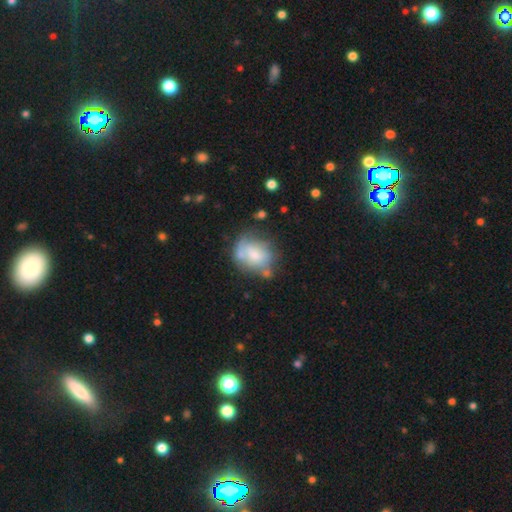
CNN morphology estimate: This appears to be a smooth galaxy with no disk features (54%) that is round (53%). Merging: none (41%).